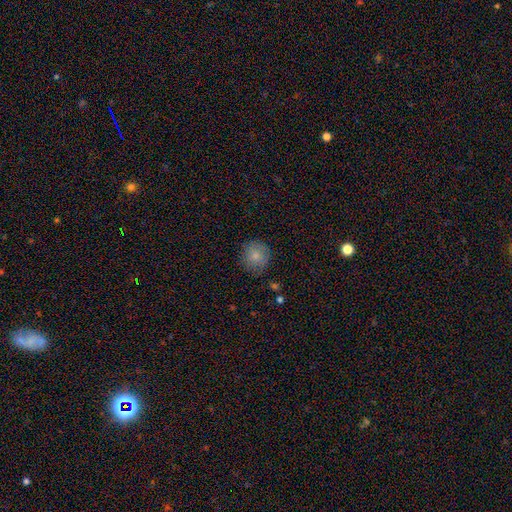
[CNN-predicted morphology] Overall: smooth (82%). How rounded: round (90%). Merging: none (80%).